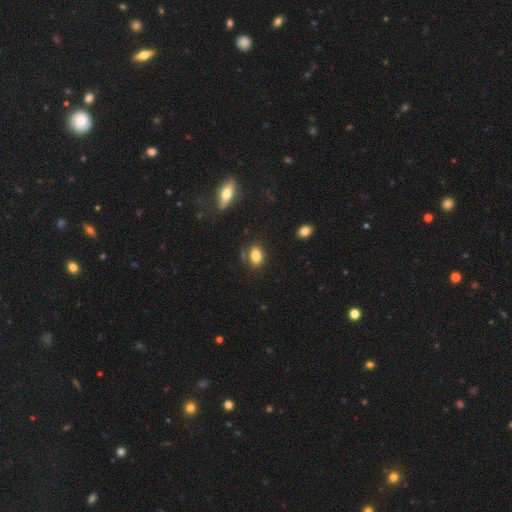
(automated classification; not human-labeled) Smooth or featured?
  - smooth: 83% *
  - star or artifact: 9%
  - featured or disk: 8%
How rounded?
  - in between: 81% *
  - round: 17%
  - cigar-shaped: 2%
Merging?
  - none: 73% *
  - minor disturbance: 17%
  - merger: 6%
  - major disturbance: 5%